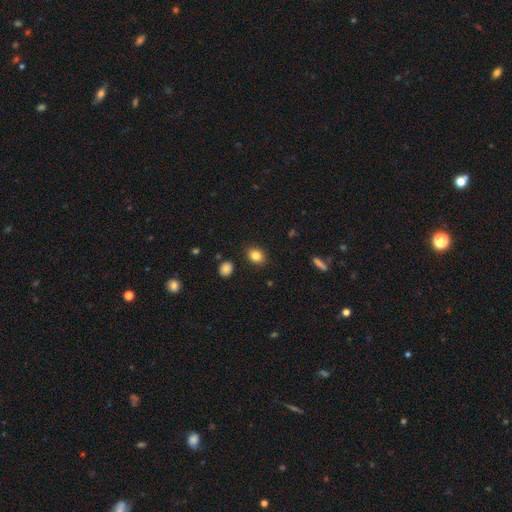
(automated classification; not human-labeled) Overall: smooth (84%). How rounded: in between (53%; round 45%). Merging: none (88%).